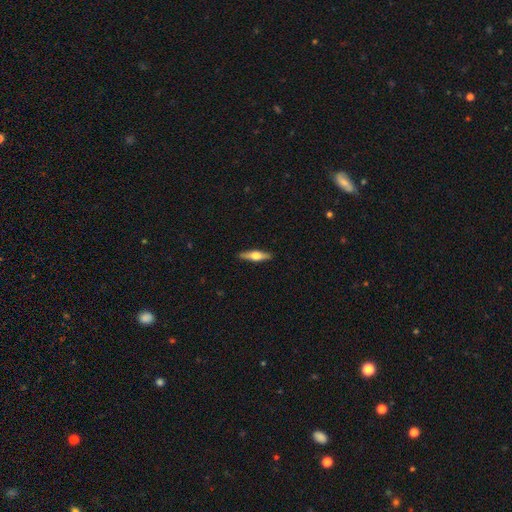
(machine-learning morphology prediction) smooth_or_featured: featured or disk (p=0.55) [alt: smooth p=0.40]
disk_edge_on: yes (p=0.94) [alt: no p=0.06]
edge_on_bulge: rounded (p=0.93) [alt: boxy p=0.05]
merging: none (p=0.90) [alt: minor disturbance p=0.08]